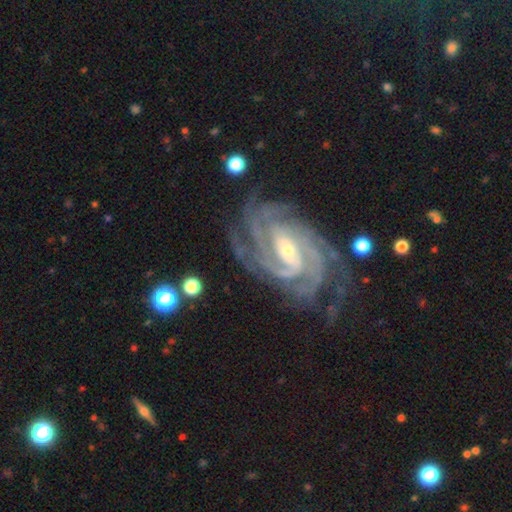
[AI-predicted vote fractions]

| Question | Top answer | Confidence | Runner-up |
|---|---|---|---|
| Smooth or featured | featured or disk | 89% | star or artifact (7%) |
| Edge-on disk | no | 97% | yes (3%) |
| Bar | weak | 43% | strong (42%) |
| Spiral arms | yes | 99% | no (1%) |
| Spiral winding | tight | 78% | medium (20%) |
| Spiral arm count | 4 | 26% | 3 (24%) |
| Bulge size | moderate | 47% | tied: small (47%) |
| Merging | none | 77% | minor disturbance (16%) |